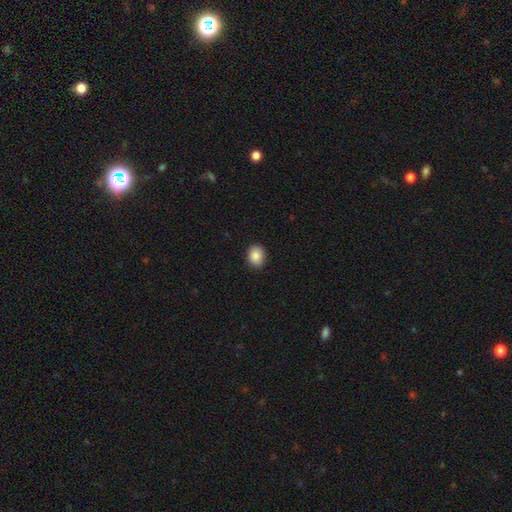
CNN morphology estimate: Smooth or featured? Predicted: smooth (p=0.88). How rounded? Predicted: in between (p=0.55). Merging? Predicted: none (p=0.89).